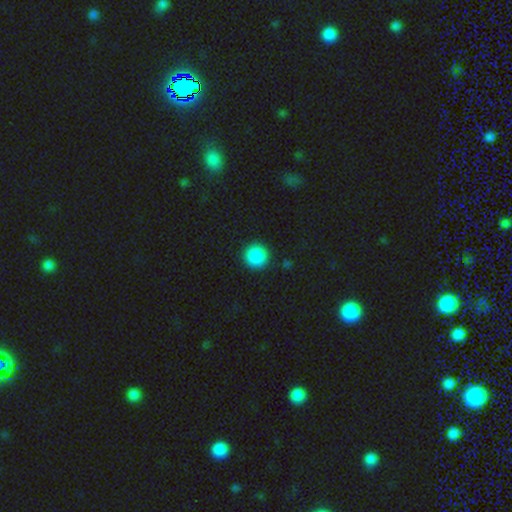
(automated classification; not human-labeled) Q: Smooth or featured?
A: smooth (88%); runner-up: star or artifact (9%)
Q: How rounded?
A: round (95%); runner-up: in between (4%)
Q: Merging?
A: none (92%); runner-up: minor disturbance (5%)